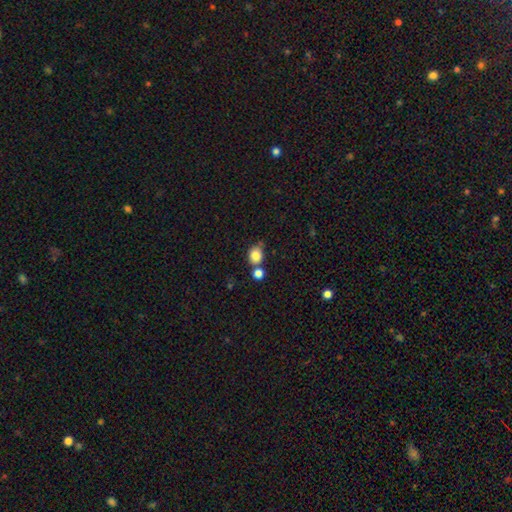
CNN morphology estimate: Smooth or featured? Predicted: smooth (p=0.83). How rounded? Predicted: round (p=0.67). Merging? Predicted: none (p=0.57).